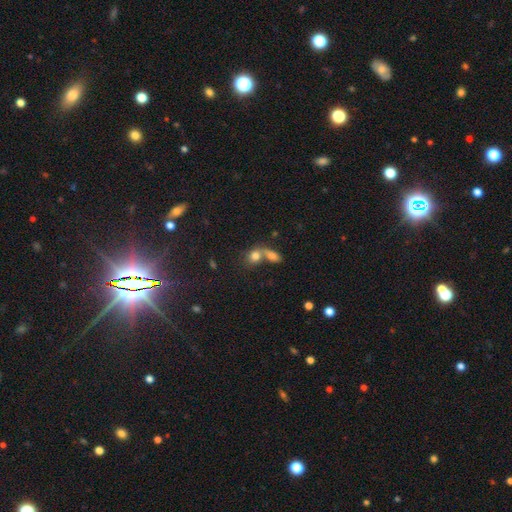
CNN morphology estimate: Overall: smooth (77%). How rounded: round (51%; in between 46%). Merging: merger (57%; none 30%).